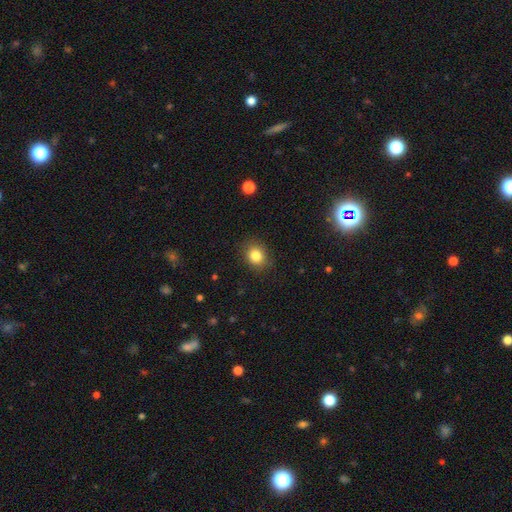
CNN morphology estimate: A smooth galaxy with no disk features (84%) that is round (65%).

Vote fractions:
- Smooth or featured? smooth: 84% / star or artifact: 11% / featured or disk: 6%
- How rounded? round: 65% / in between: 34% / cigar-shaped: 1%
- Merging? none: 85% / minor disturbance: 11% / major disturbance: 3% / merger: 1%